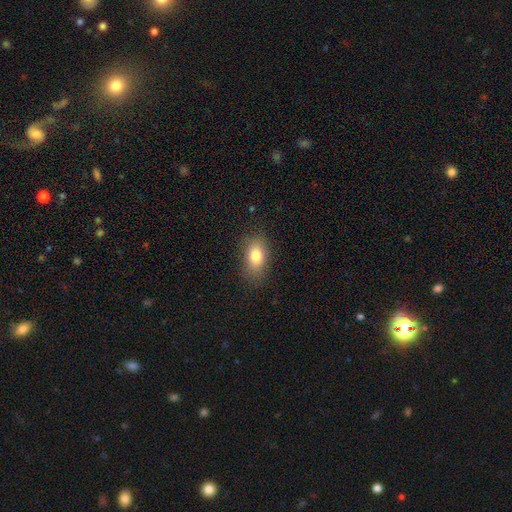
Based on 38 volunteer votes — Overall: smooth (84%). How rounded: in between (88%). Merging: none (74%).